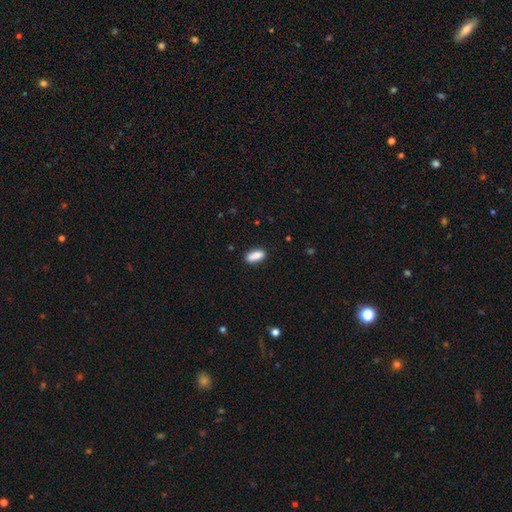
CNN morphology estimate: Overall: smooth (86%). How rounded: in between (68%; cigar-shaped 29%). Merging: none (82%).